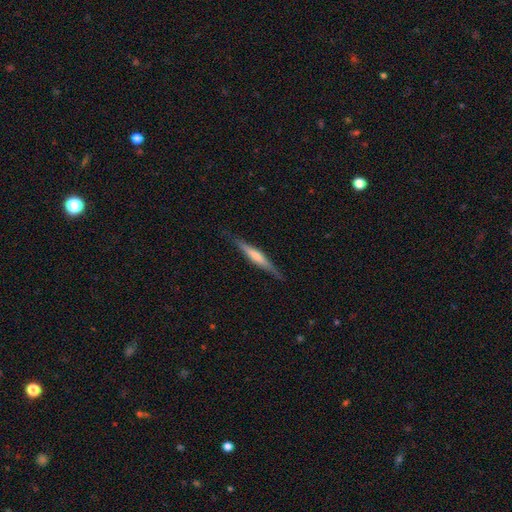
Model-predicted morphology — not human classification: Smooth or featured?
  - featured or disk: 68% *
  - smooth: 26%
  - star or artifact: 6%
Edge-on disk?
  - yes: 97% *
  - no: 3%
Edge-on bulge?
  - rounded: 61% *
  - none: 21%
  - boxy: 19%
Merging?
  - none: 87% *
  - minor disturbance: 10%
  - major disturbance: 2%
  - merger: 1%